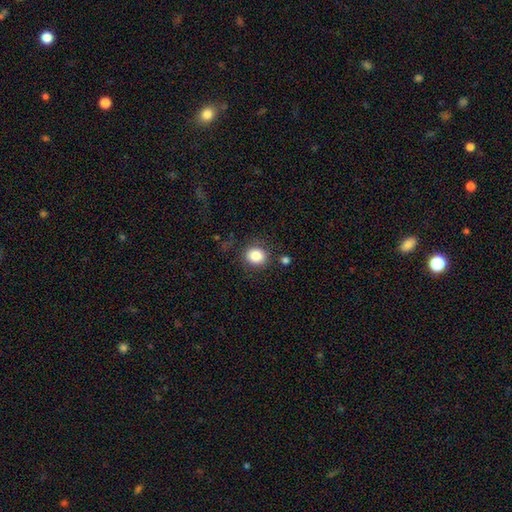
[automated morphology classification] Smooth or featured?
  - smooth: 84% *
  - star or artifact: 10%
  - featured or disk: 6%
How rounded?
  - round: 81% *
  - in between: 18%
  - cigar-shaped: 1%
Merging?
  - none: 82% *
  - minor disturbance: 10%
  - merger: 4%
  - major disturbance: 4%